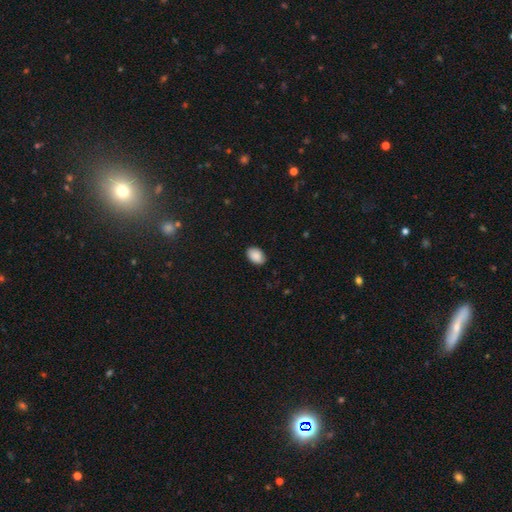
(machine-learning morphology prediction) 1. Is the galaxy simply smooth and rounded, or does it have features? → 89% smooth, 7% star or artifact, 4% featured or disk.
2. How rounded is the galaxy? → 87% in between, 12% round, 1% cigar-shaped.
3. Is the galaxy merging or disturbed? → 87% none, 10% minor disturbance, 2% major disturbance, 1% merger.